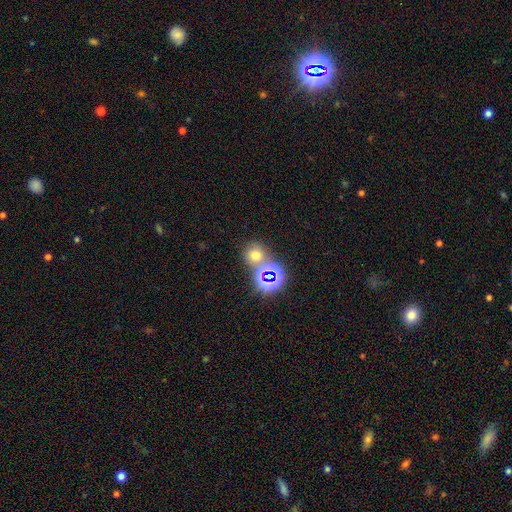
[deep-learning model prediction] smooth_or_featured: smooth (p=0.59) [alt: star or artifact p=0.32]
how_rounded: round (p=0.83) [alt: in between p=0.16]
merging: none (p=0.65) [alt: merger p=0.22]